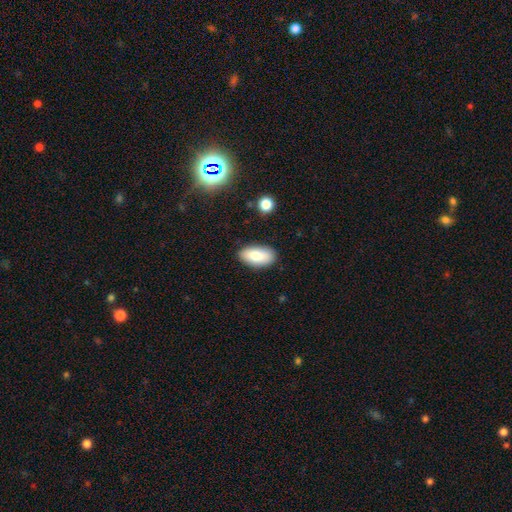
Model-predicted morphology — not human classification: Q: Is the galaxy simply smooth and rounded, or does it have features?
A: smooth — 78%.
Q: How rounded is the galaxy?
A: in between — 93%.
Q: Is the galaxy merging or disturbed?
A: none — 85%.